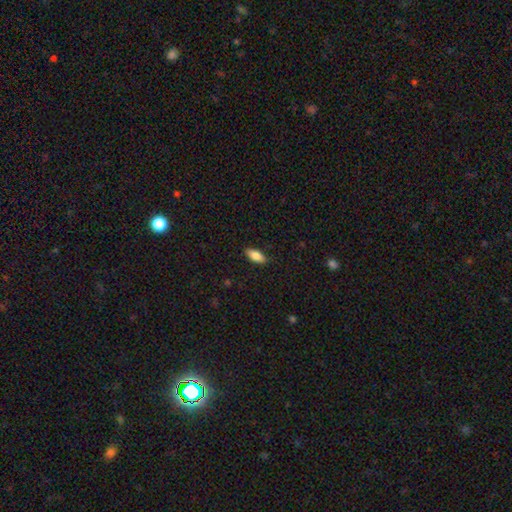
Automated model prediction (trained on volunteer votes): This is clearly a smooth galaxy (83%). How rounded: clearly in between (84%). Merging: clearly none (86%).